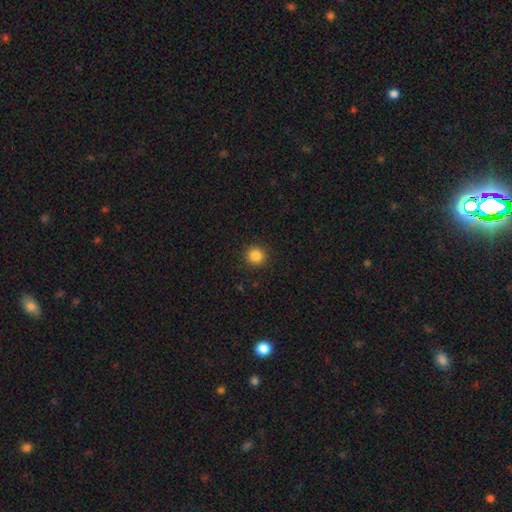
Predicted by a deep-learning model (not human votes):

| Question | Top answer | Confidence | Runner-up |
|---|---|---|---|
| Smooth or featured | smooth | 85% | star or artifact (11%) |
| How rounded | round | 94% | in between (5%) |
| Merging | none | 92% | minor disturbance (5%) |